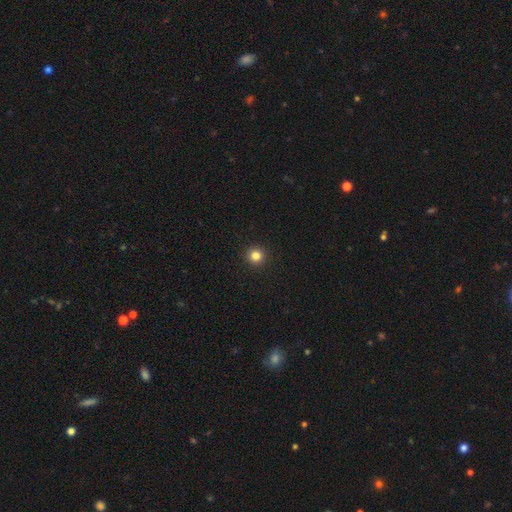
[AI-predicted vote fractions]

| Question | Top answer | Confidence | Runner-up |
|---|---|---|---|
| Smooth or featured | smooth | 83% | star or artifact (13%) |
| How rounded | round | 96% | in between (3%) |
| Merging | none | 94% | minor disturbance (4%) |